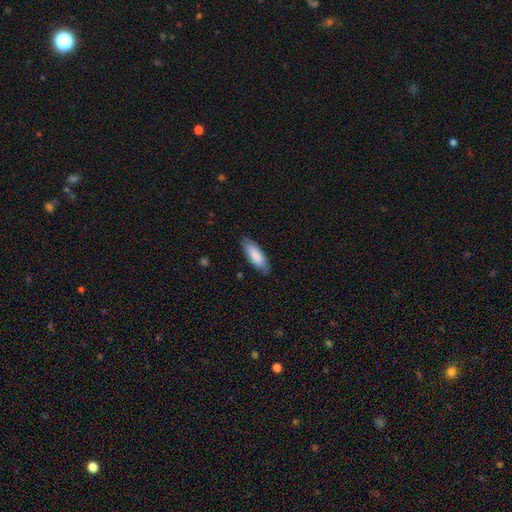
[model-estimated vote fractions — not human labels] Smooth or featured: smooth — 84% (featured or disk — 10%)
How rounded: in between — 65% (cigar-shaped — 33%)
Merging: none — 82% (minor disturbance — 15%)